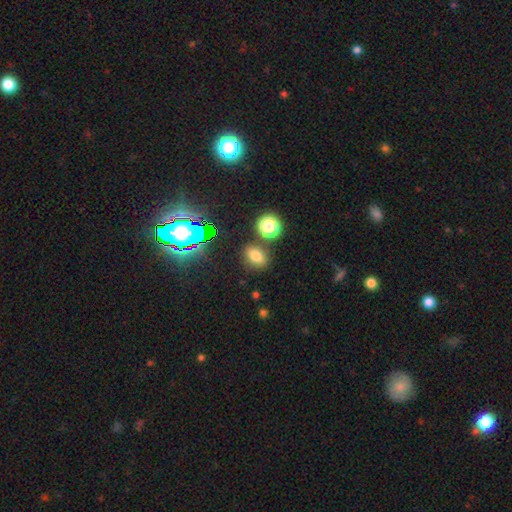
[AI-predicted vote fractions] Q: Smooth or featured?
A: smooth (70%); runner-up: star or artifact (21%)
Q: How rounded?
A: in between (68%); runner-up: round (30%)
Q: Merging?
A: none (79%); runner-up: minor disturbance (10%)